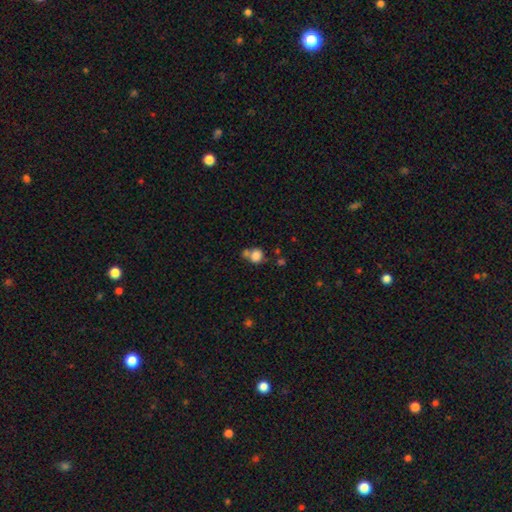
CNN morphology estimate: Smooth or featured: smooth — 82% (star or artifact — 10%)
How rounded: round — 78% (in between — 21%)
Merging: none — 45% (merger — 37%)